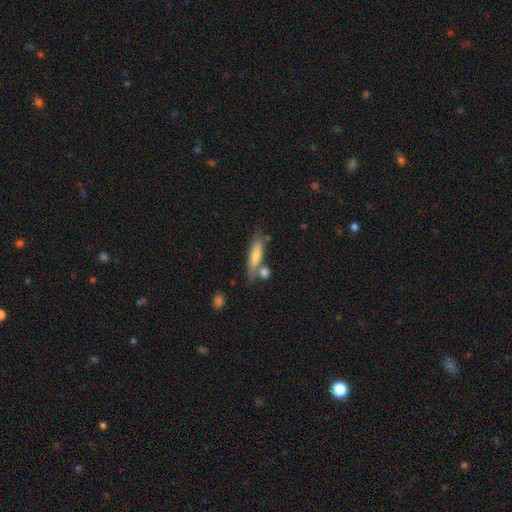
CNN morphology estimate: A smooth galaxy with no disk features (63%) that is cigar-shaped (73%). Merging: none (60%).